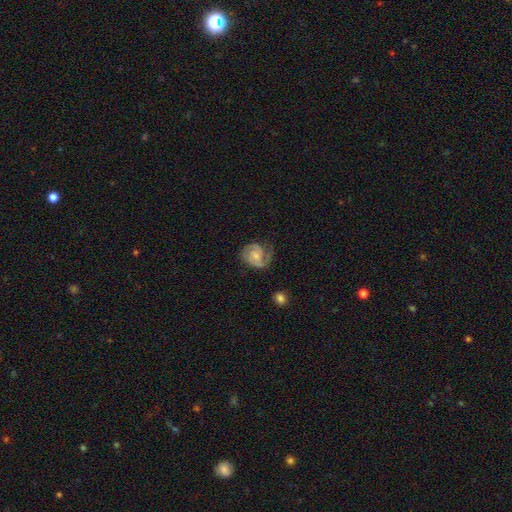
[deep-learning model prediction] Smooth or featured: featured or disk — 81% (smooth — 14%)
Edge-on disk: no — 98% (yes — 2%)
Bar: no — 58% (weak — 36%)
Spiral arms: yes — 96% (no — 4%)
Spiral winding: tight — 46% (medium — 43%)
Spiral arm count: 2 — 72% (1 — 13%)
Bulge size: small — 54% (moderate — 35%)
Merging: none — 62% (minor disturbance — 23%)